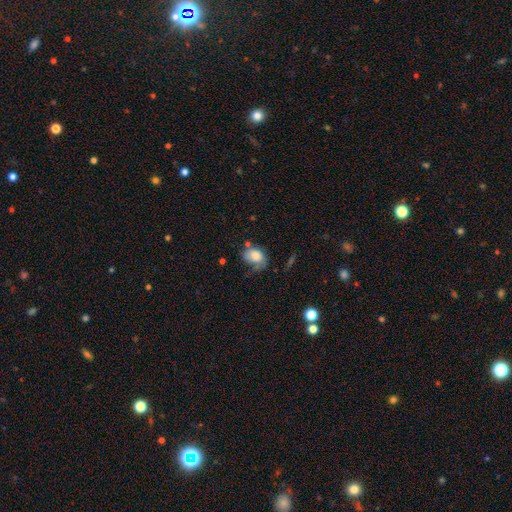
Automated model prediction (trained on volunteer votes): Overall: smooth (72%). How rounded: in between (67%; round 32%). Merging: none (38%; minor disturbance 33%).